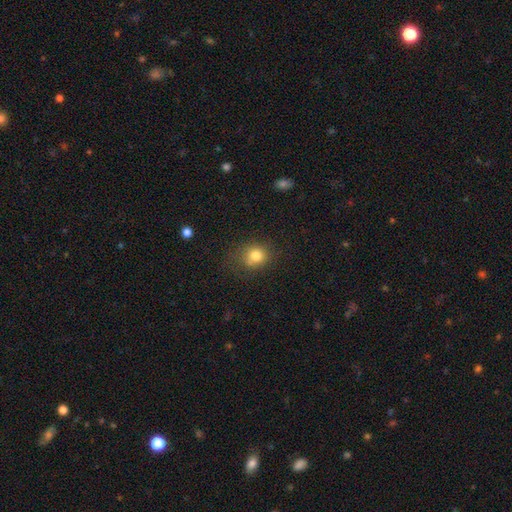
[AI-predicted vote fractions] This is clearly a smooth galaxy (80%). How rounded: likely round (74%). Merging: likely none (68%).